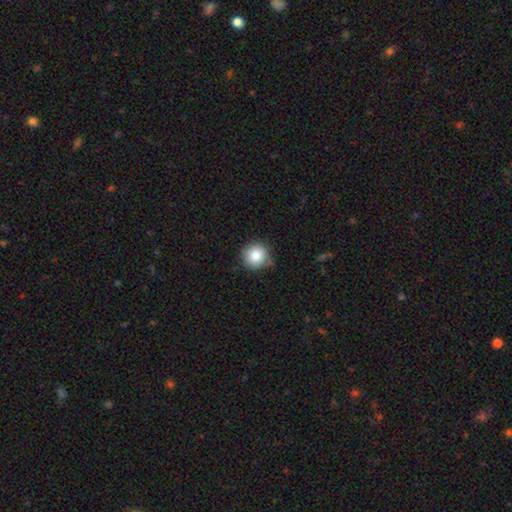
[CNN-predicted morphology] Overall: smooth (84%). How rounded: round (95%). Merging: none (79%).